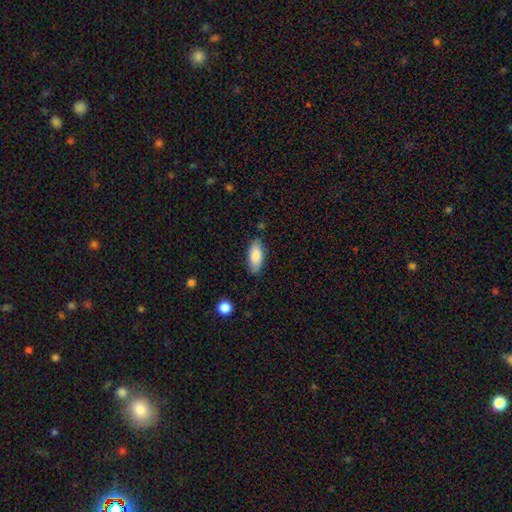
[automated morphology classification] This is clearly a smooth galaxy (84%). How rounded: clearly in between (84%). Merging: clearly none (82%).